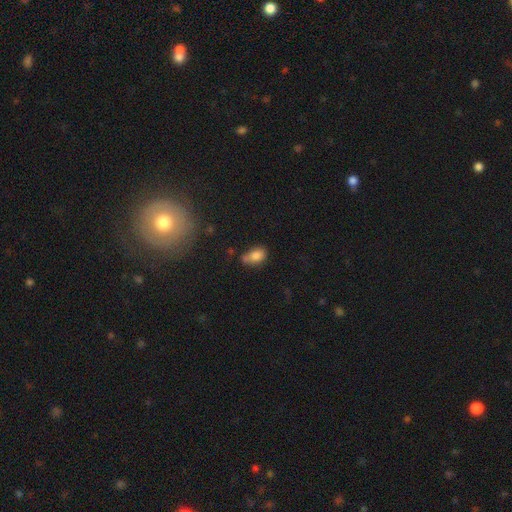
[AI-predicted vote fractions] A smooth galaxy with no disk features (81%) that is in between round and cigar-shaped (82%). Merging: none (48%).